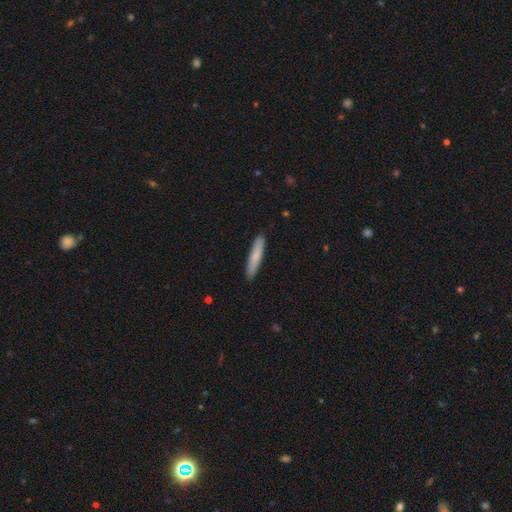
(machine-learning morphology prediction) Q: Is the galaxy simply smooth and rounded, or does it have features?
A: smooth — 77%.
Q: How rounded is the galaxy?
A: cigar-shaped — 91%.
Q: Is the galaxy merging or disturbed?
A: none — 90%.